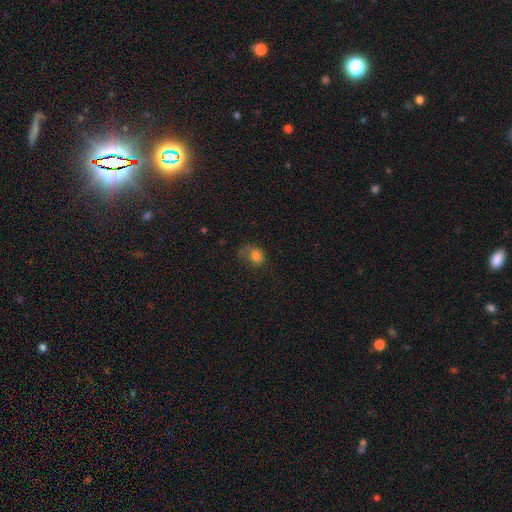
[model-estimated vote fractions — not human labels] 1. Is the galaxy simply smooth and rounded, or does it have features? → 75% smooth, 13% featured or disk, 11% star or artifact.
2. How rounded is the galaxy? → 57% round, 42% in between, 1% cigar-shaped.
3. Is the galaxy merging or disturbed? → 38% none, 32% major disturbance, 27% minor disturbance, 3% merger.